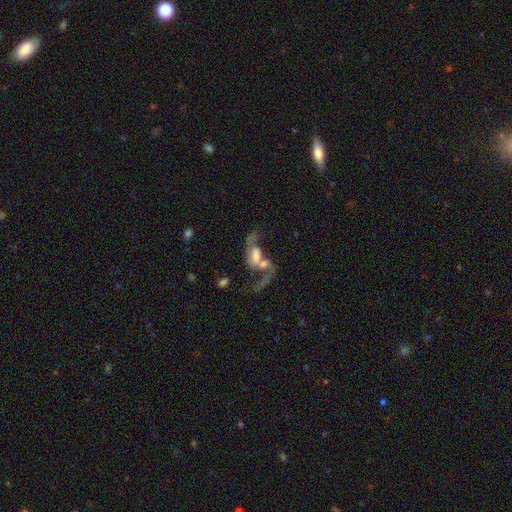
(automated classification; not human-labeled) Q: Smooth or featured?
A: featured or disk (76%); runner-up: smooth (15%)
Q: Edge-on disk?
A: no (95%); runner-up: yes (5%)
Q: Bar?
A: weak (41%); runner-up: no (36%)
Q: Spiral arms?
A: yes (88%); runner-up: no (12%)
Q: Spiral winding?
A: loose (79%); runner-up: medium (18%)
Q: Spiral arm count?
A: 2 (79%); runner-up: 1 (13%)
Q: Bulge size?
A: moderate (33%); runner-up: large (24%)
Q: Merging?
A: merger (50%); runner-up: none (24%)